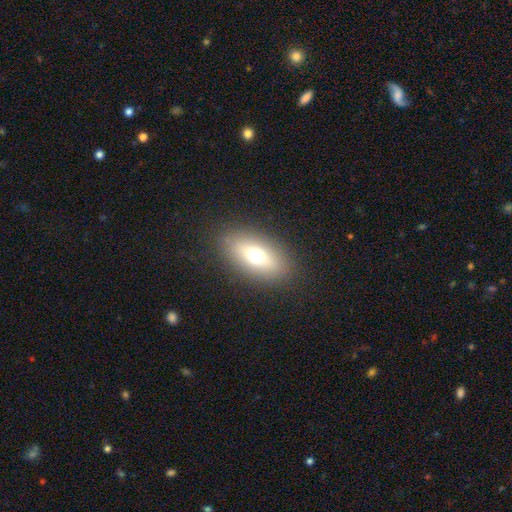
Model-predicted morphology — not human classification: smooth_or_featured: smooth (p=0.64) [alt: featured or disk p=0.25]
how_rounded: in between (p=0.80) [alt: cigar-shaped p=0.11]
merging: none (p=0.86) [alt: minor disturbance p=0.09]